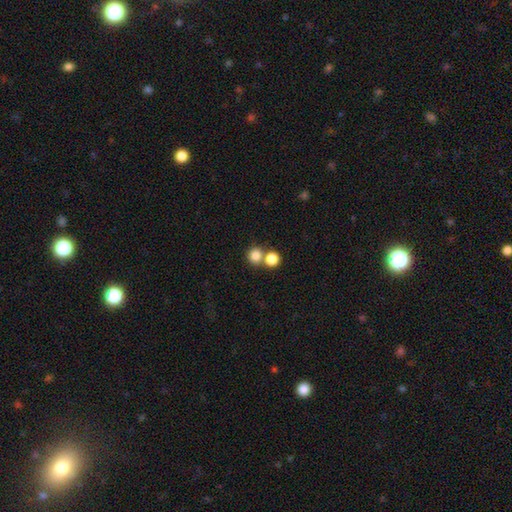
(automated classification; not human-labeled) Smooth or featured: smooth — 82% (star or artifact — 12%)
How rounded: round — 90% (in between — 9%)
Merging: none — 56% (merger — 35%)